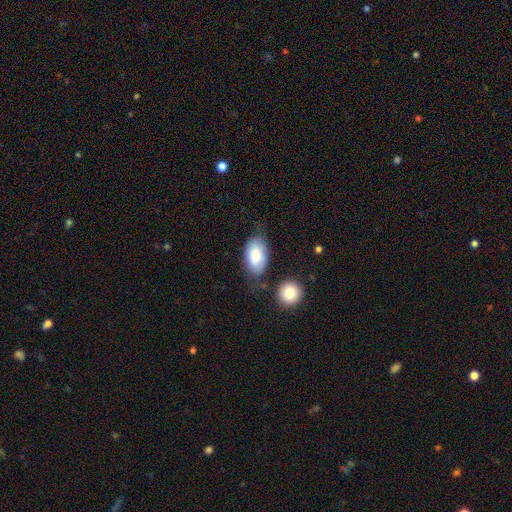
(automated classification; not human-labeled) Smooth or featured?
  - smooth: 83% *
  - featured or disk: 11%
  - star or artifact: 6%
How rounded?
  - in between: 92% *
  - round: 6%
  - cigar-shaped: 2%
Merging?
  - none: 63% *
  - minor disturbance: 22%
  - merger: 8%
  - major disturbance: 7%